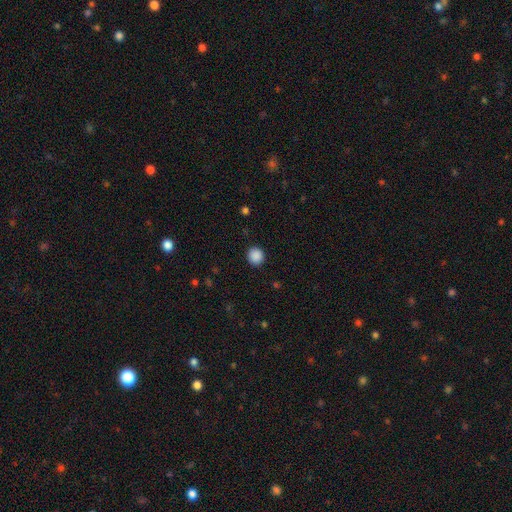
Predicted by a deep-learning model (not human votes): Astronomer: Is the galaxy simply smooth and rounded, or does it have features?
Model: smooth — 88%.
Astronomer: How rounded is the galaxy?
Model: round — 91%.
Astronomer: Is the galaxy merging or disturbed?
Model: none — 91%.